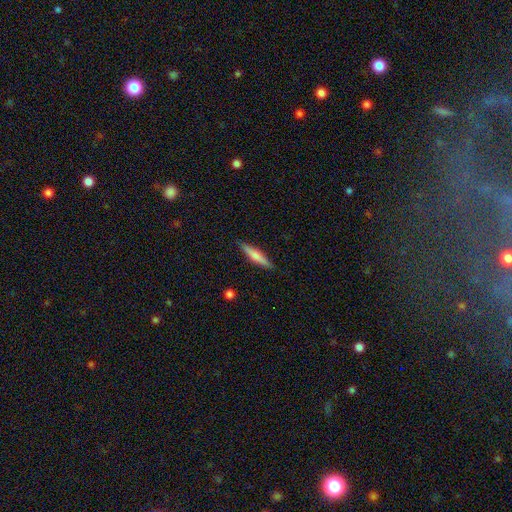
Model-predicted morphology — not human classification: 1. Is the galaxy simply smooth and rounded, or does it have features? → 61% smooth, 33% featured or disk, 6% star or artifact.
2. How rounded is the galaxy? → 87% cigar-shaped, 11% in between, 2% round.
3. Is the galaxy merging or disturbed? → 89% none, 8% minor disturbance, 2% major disturbance, 1% merger.